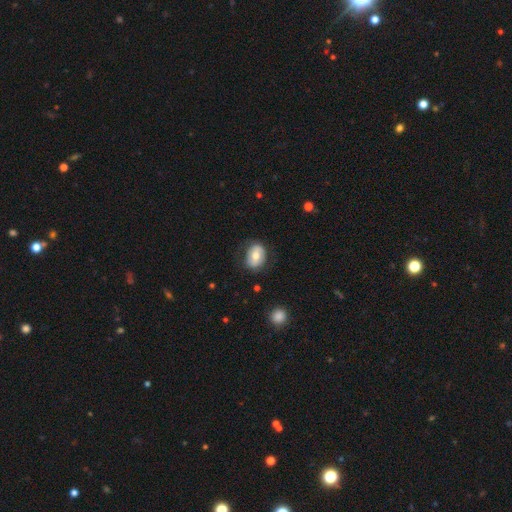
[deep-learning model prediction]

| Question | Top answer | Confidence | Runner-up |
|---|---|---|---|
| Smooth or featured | smooth | 64% | featured or disk (29%) |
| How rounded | in between | 71% | round (28%) |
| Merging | none | 76% | minor disturbance (17%) |